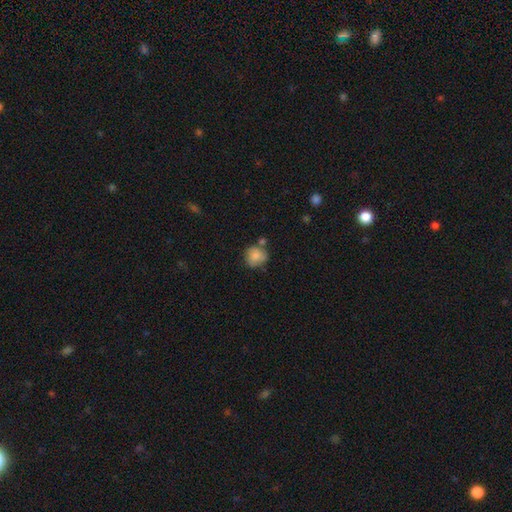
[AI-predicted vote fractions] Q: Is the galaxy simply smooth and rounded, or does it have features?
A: smooth — 81%.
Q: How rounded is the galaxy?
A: round — 86%.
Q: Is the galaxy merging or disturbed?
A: none — 62%.